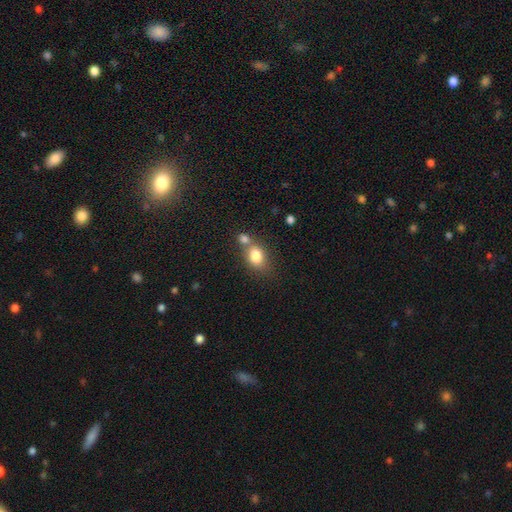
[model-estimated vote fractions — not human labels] The model was most divided on "merging": none: 42%, merger: 40%, minor disturbance: 13%, major disturbance: 5%. More confident: smooth or featured — smooth (81%); how rounded — in between (65%).